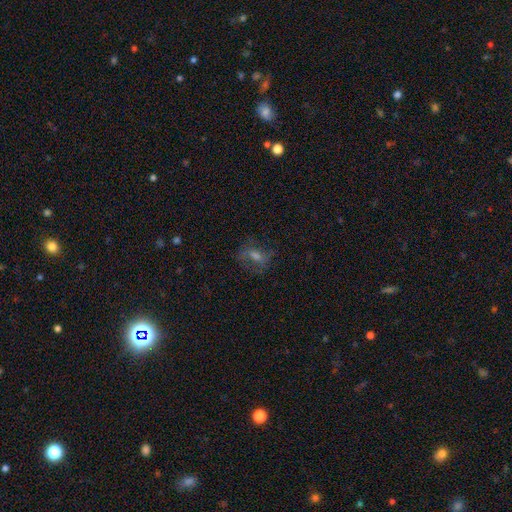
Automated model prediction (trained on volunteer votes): Smooth or featured? featured or disk (43%)
Merging? none (63%)